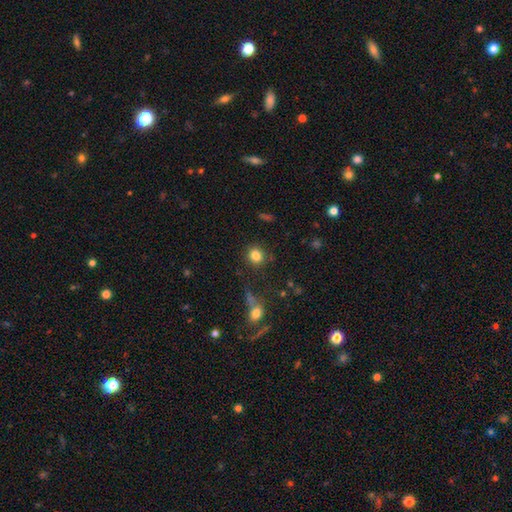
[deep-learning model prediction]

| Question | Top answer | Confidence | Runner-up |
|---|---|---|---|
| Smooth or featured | smooth | 83% | star or artifact (11%) |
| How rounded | round | 81% | in between (18%) |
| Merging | none | 85% | minor disturbance (9%) |